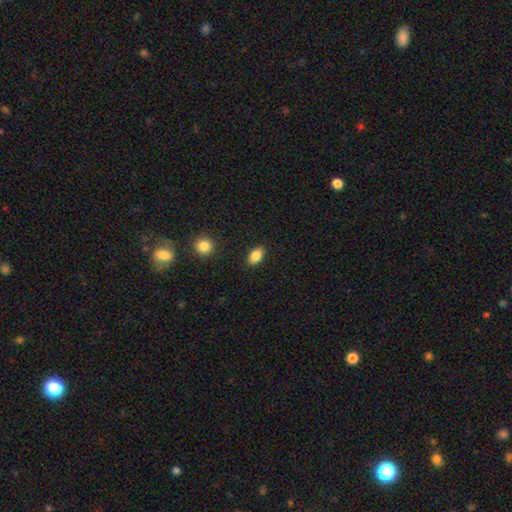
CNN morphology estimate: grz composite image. It shows a smooth galaxy with no disk features (87%) that is in between round and cigar-shaped (90%). Merging: none (89%).